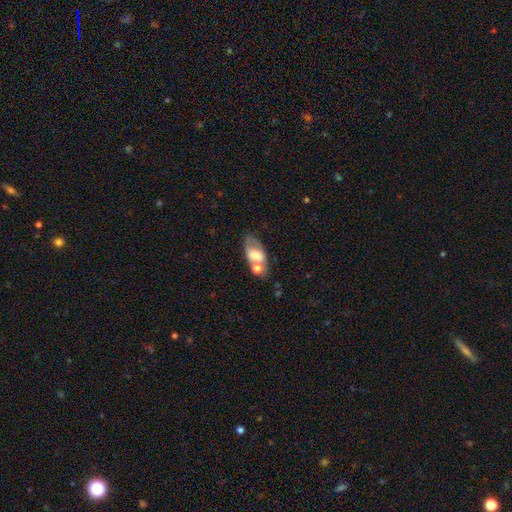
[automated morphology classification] Smooth or featured? smooth (58%)
How rounded? in between (89%)
Merging? merger (38%)